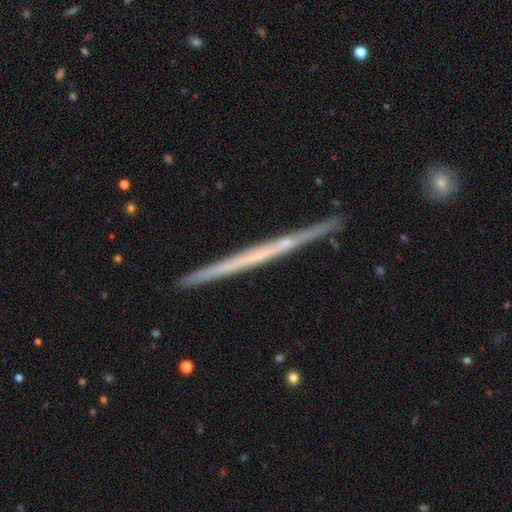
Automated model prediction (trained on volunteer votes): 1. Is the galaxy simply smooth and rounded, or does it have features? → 68% featured or disk, 26% smooth, 6% star or artifact.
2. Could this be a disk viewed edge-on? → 98% yes, 2% no.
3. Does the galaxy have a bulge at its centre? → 89% none, 8% rounded, 3% boxy.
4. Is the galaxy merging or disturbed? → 90% none, 7% minor disturbance, 1% merger, 1% major disturbance.